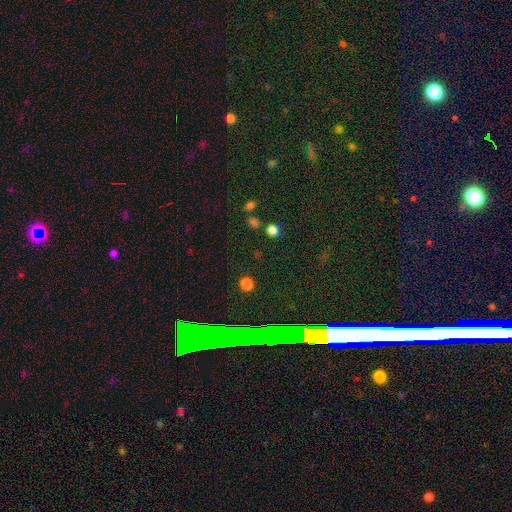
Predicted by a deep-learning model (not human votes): The model was most divided on "smooth or featured": star or artifact: 75%, smooth: 14%, featured or disk: 11%.